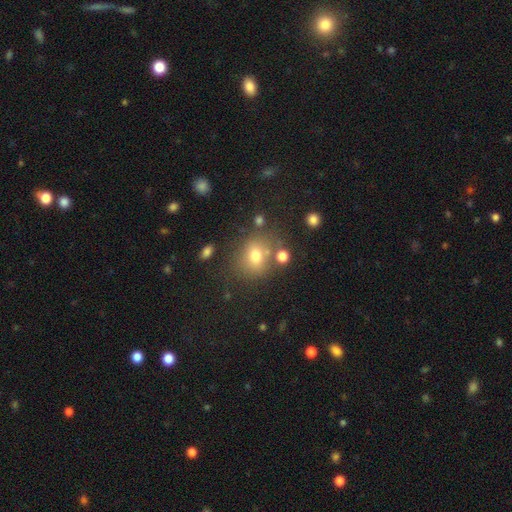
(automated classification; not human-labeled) Overall: smooth (70%). How rounded: round (65%; in between 34%). Merging: none (68%).